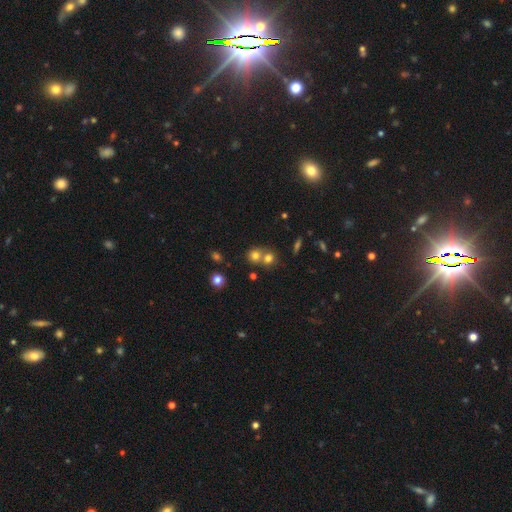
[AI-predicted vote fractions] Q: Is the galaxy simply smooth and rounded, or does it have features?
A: smooth — 72%.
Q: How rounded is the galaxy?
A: round — 83%.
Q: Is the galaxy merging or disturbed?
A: merger — 47%.